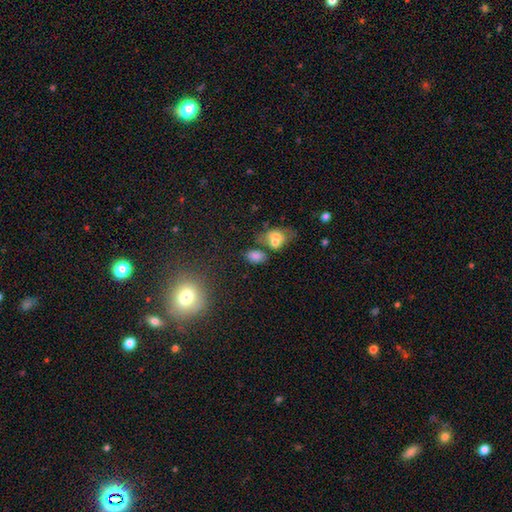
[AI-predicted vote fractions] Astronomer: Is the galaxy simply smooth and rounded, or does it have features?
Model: smooth — 71%.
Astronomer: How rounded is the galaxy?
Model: in between — 75%.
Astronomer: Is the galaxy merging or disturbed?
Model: none — 53%.